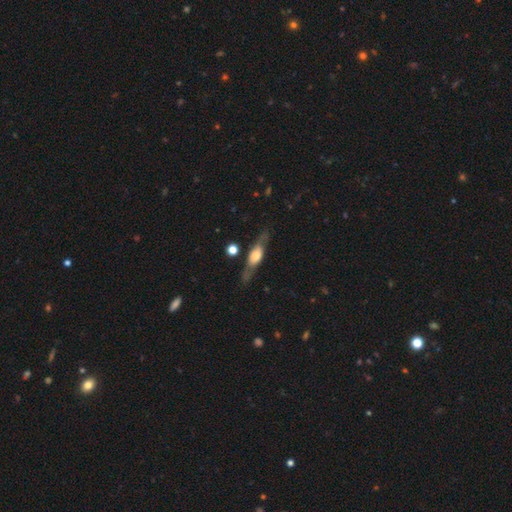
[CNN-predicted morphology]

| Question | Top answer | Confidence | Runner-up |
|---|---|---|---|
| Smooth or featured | featured or disk | 61% | smooth (33%) |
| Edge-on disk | yes | 81% | no (19%) |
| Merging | none | 74% | minor disturbance (16%) |